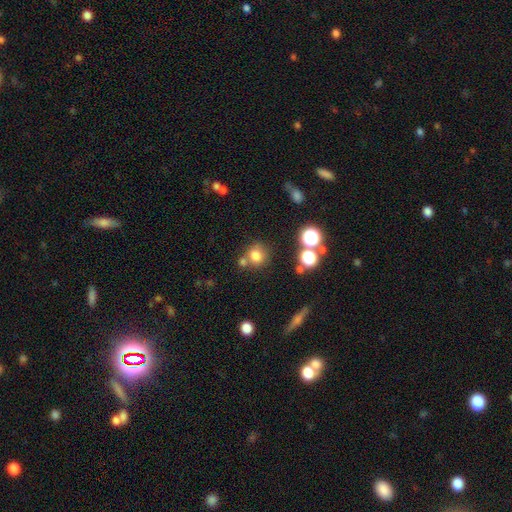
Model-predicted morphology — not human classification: Smooth or featured?
  - smooth: 75% *
  - star or artifact: 16%
  - featured or disk: 9%
How rounded?
  - round: 84% *
  - in between: 14%
  - cigar-shaped: 1%
Merging?
  - none: 67% *
  - merger: 18%
  - minor disturbance: 11%
  - major disturbance: 4%